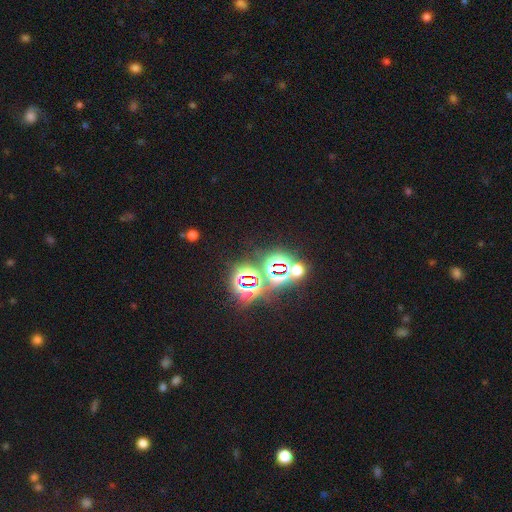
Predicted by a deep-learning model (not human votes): smooth-or-featured: star or artifact: 78% | smooth: 13% | featured or disk: 9%